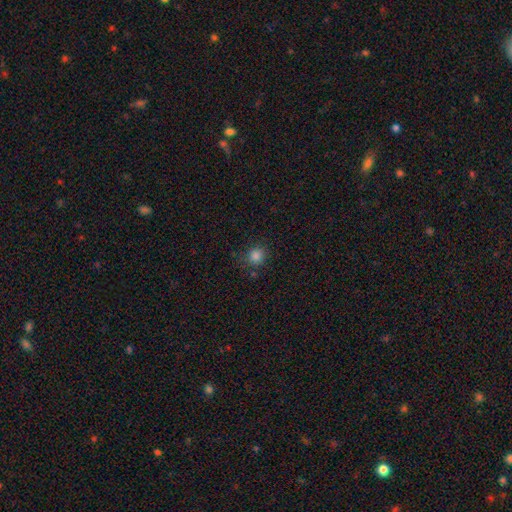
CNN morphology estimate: Overall: smooth (82%). How rounded: round (88%). Merging: none (81%).